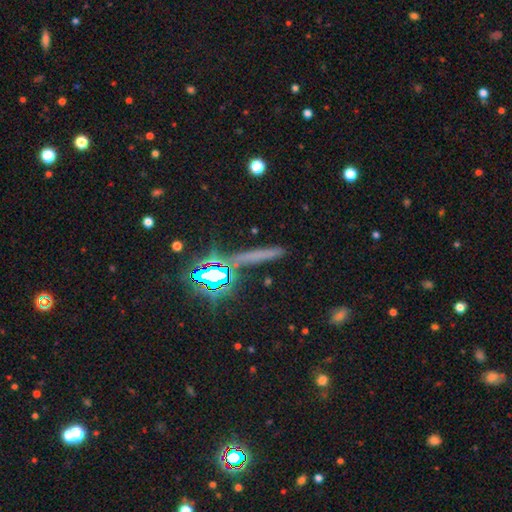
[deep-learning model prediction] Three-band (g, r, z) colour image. It shows a star or artifact, not a galaxy (50%).